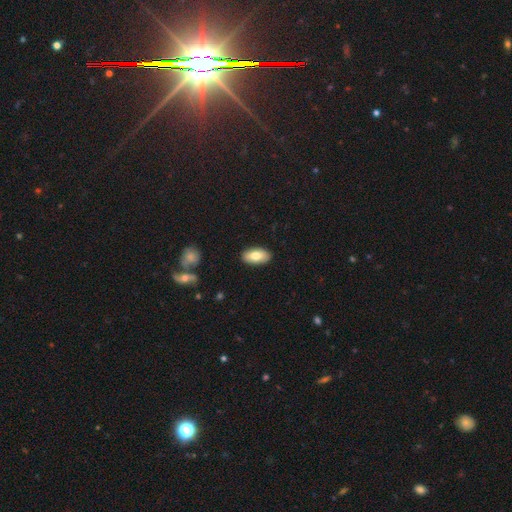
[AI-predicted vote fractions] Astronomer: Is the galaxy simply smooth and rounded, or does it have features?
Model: smooth — 79%.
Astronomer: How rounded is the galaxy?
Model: in between — 93%.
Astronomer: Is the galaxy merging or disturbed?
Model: none — 89%.